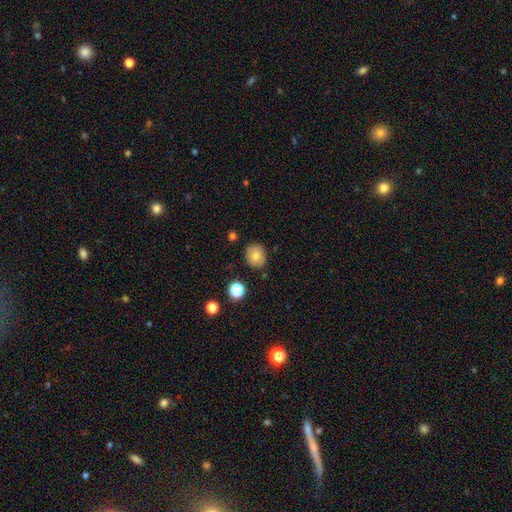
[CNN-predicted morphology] The model was most divided on "how rounded": round: 70%, in between: 30%, cigar-shaped: 1%. More confident: merging — none (84%); smooth or featured — smooth (76%).